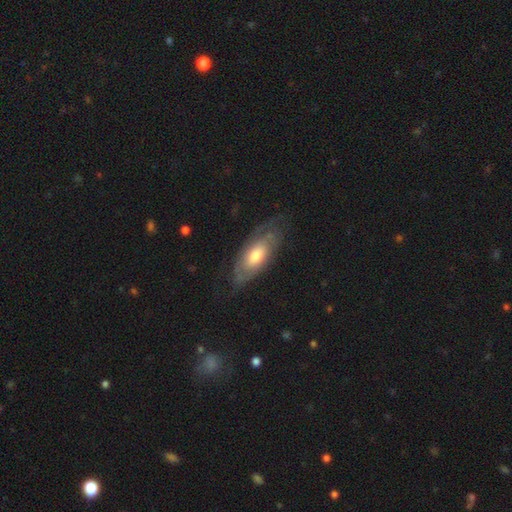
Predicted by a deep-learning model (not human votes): Morphology: type=featured or disk (56%); edge-on=no (82%); merging=none (65%).